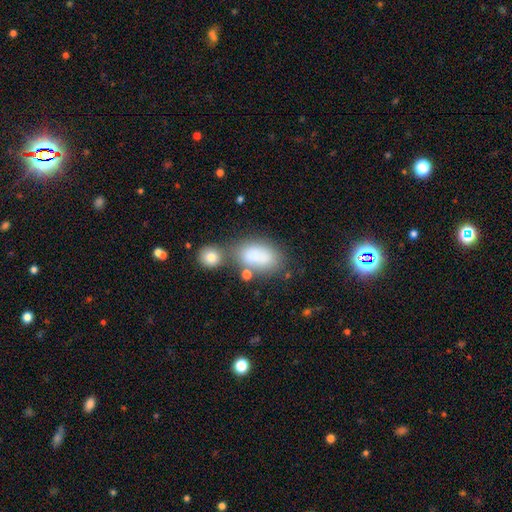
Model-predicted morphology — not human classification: Overall: smooth (78%). How rounded: in between (89%). Merging: none (51%; merger 21%).